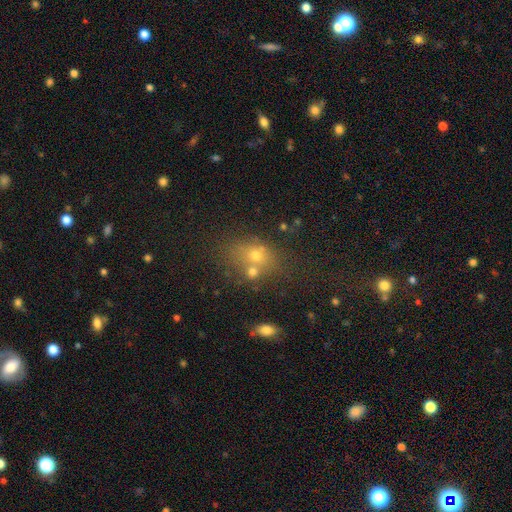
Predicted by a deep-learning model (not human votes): Overall: smooth (59%; star or artifact 21%). How rounded: in between (50%; round 48%). Merging: none (45%; merger 35%).